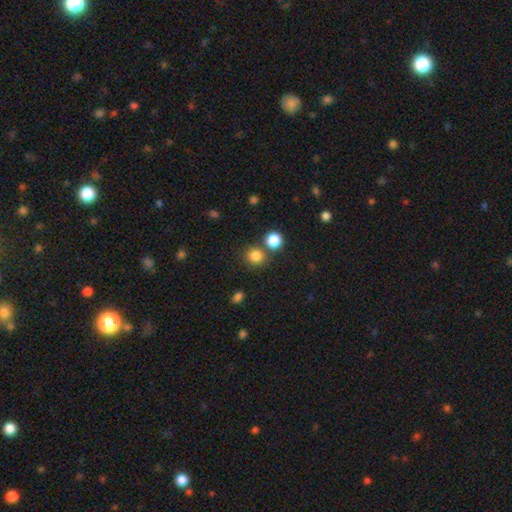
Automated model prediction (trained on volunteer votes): Smooth or featured: smooth — 82% (star or artifact — 13%)
How rounded: round — 87% (in between — 12%)
Merging: none — 73% (merger — 16%)